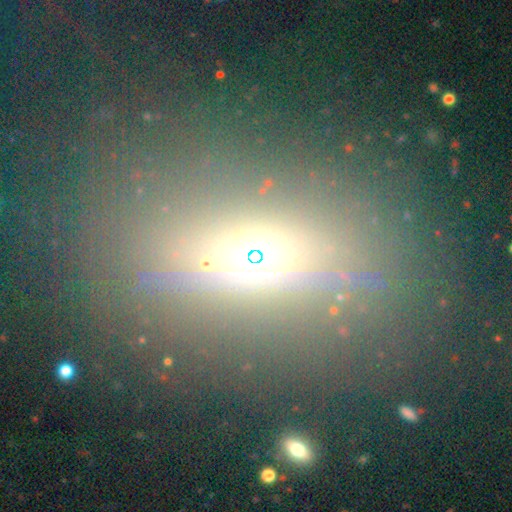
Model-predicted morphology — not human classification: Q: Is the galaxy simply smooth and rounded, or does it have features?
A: smooth — 54%.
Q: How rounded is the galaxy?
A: in between — 73%.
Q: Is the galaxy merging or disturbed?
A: none — 75%.